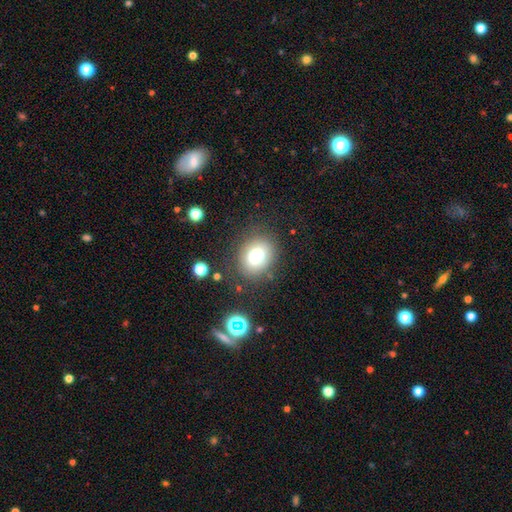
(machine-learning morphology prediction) This appears to be a smooth galaxy with no disk features (76%) that is round (51%). Merging: none (81%).